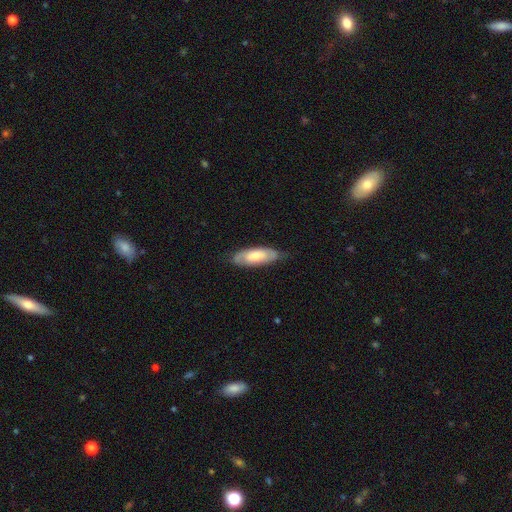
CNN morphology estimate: This appears to be a smooth galaxy with no disk features (60%) that is in between round and cigar-shaped (70%). Merging: none (71%).